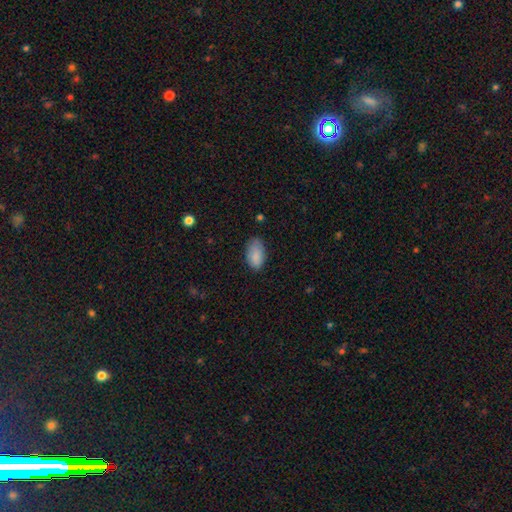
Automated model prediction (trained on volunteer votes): Overall: smooth (87%). How rounded: in between (93%). Merging: none (72%).